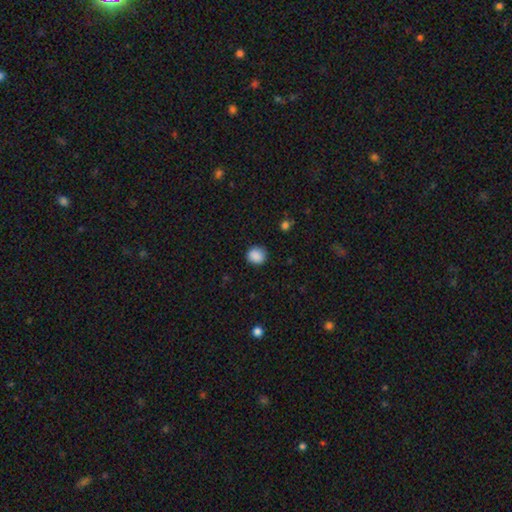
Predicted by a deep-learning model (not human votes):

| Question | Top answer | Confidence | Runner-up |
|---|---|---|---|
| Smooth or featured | smooth | 88% | star or artifact (9%) |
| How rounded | round | 85% | in between (14%) |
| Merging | none | 86% | minor disturbance (10%) |